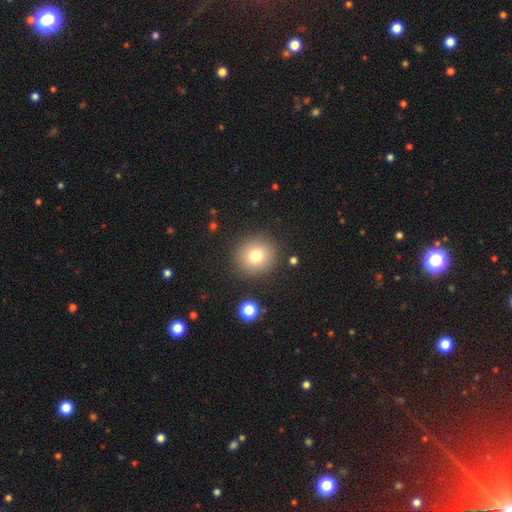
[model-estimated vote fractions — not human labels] smooth_or_featured: smooth (p=0.78) [alt: star or artifact p=0.12]
how_rounded: round (p=0.91) [alt: in between p=0.08]
merging: none (p=0.88) [alt: minor disturbance p=0.07]